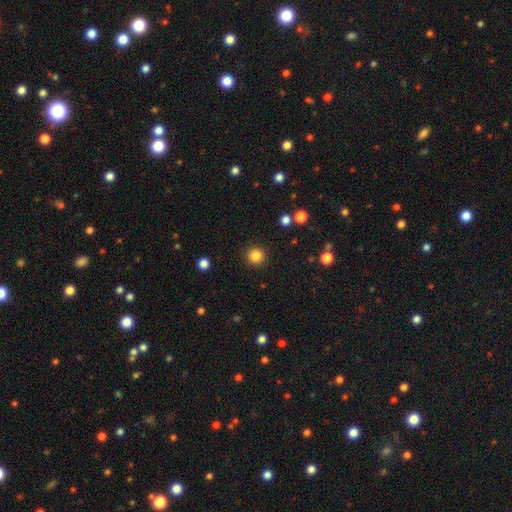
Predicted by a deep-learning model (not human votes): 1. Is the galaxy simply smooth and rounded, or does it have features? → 84% smooth, 12% star or artifact, 4% featured or disk.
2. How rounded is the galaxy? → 95% round, 4% in between, 1% cigar-shaped.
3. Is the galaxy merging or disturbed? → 91% none, 5% minor disturbance, 2% major disturbance, 1% merger.